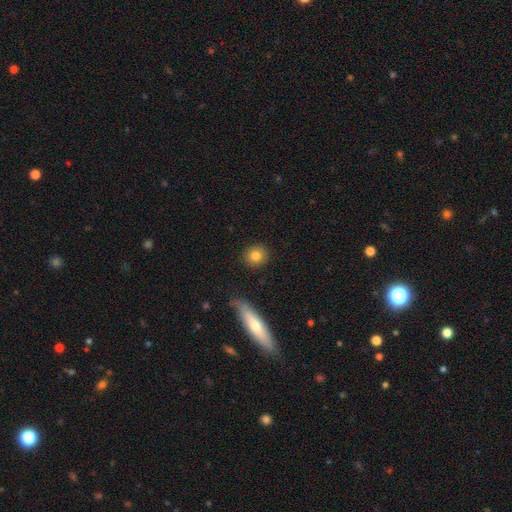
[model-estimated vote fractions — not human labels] The model was most divided on "smooth or featured": smooth: 81%, featured or disk: 9%, star or artifact: 9%. More confident: merging — none (89%); how rounded — round (88%).